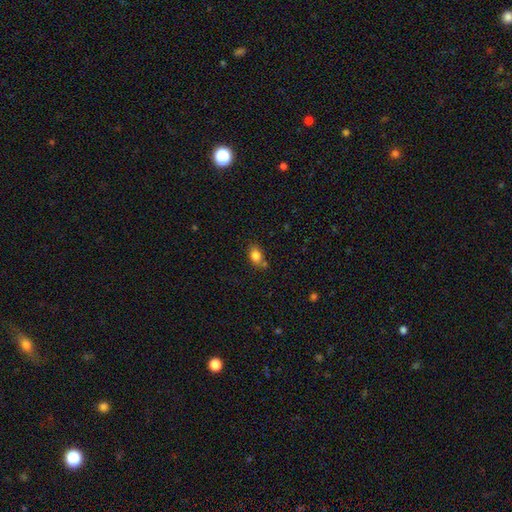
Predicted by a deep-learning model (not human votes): smooth-or-featured: smooth: 82% | star or artifact: 10% | featured or disk: 8%
  how-rounded: in between: 75% | round: 23% | cigar-shaped: 2%
  merging: none: 66% | minor disturbance: 19% | merger: 11% | major disturbance: 4%